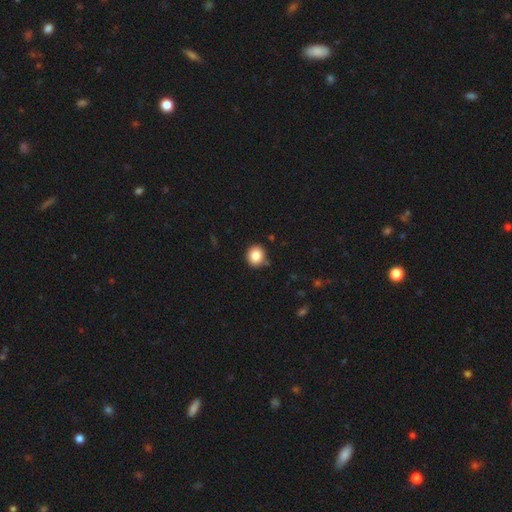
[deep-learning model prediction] Smooth or featured? Predicted: smooth (p=0.86). How rounded? Predicted: round (p=0.81). Merging? Predicted: none (p=0.85).